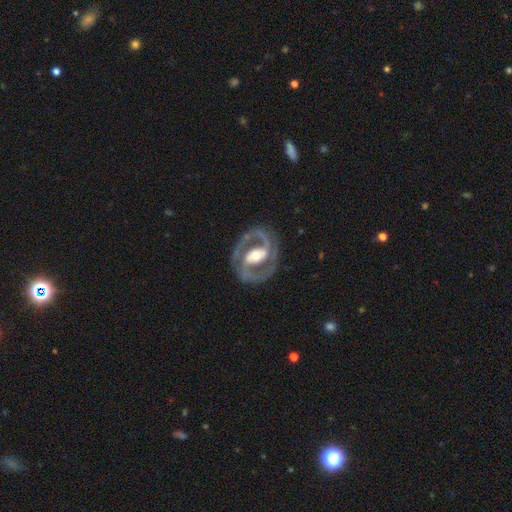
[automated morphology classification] Smooth or featured? Predicted: featured or disk (p=0.88). Edge-on disk? Predicted: no (p=0.97). Bar? Predicted: strong (p=0.47). Spiral arms? Predicted: yes (p=0.89). Spiral winding? Predicted: medium (p=0.53). Spiral arm count? Predicted: 2 (p=0.91). Bulge size? Predicted: moderate (p=0.64). Merging? Predicted: none (p=0.82).